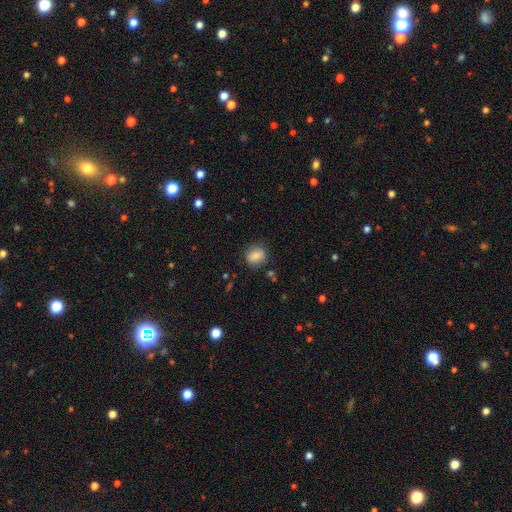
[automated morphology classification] smooth 81%, featured or disk 10%, star or artifact 9%. Down the decision tree: how rounded — round (63%); merging — none (81%).